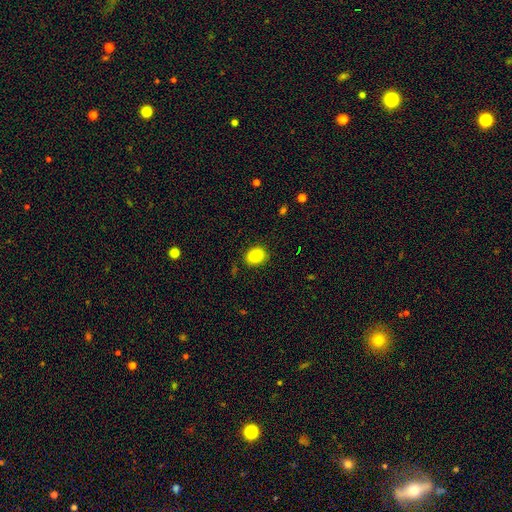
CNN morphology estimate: smooth_or_featured: smooth (p=0.88) [alt: star or artifact p=0.09]
how_rounded: in between (p=0.62) [alt: round p=0.37]
merging: none (p=0.84) [alt: minor disturbance p=0.11]